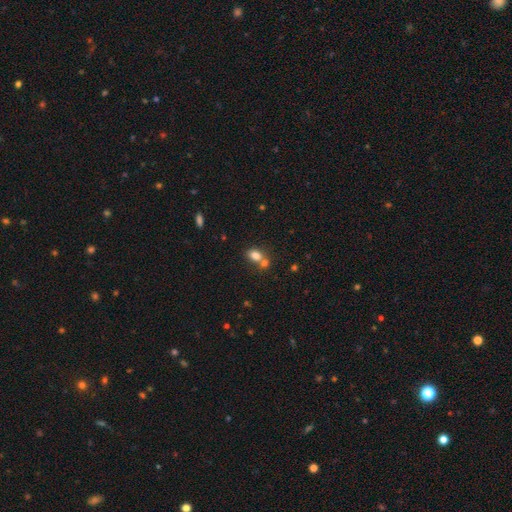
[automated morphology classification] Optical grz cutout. It shows a smooth galaxy with no disk features (79%) that is in between round and cigar-shaped (74%). Merging: merger (45%).